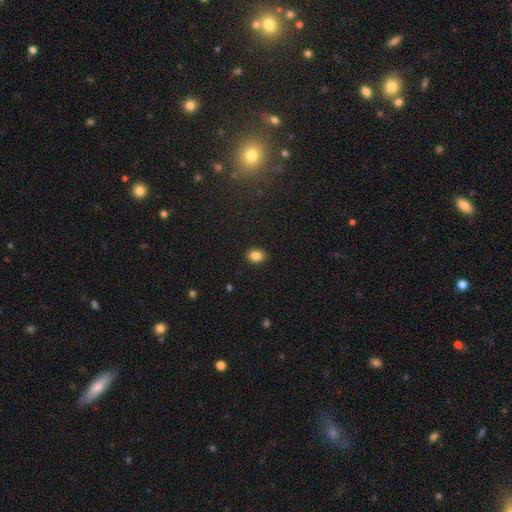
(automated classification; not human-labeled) Overall: smooth (86%). How rounded: in between (52%; round 47%). Merging: none (90%).